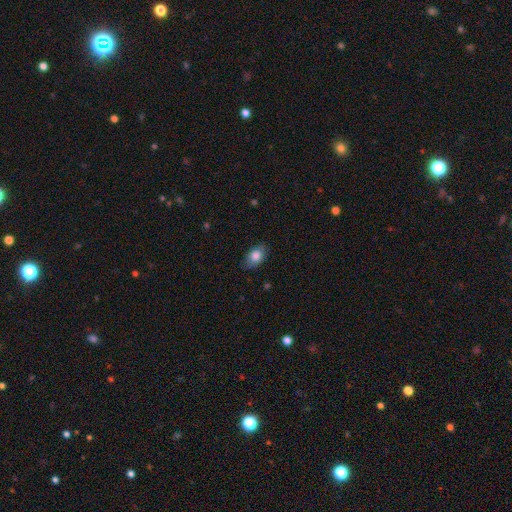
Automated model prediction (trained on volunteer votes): Q: Smooth or featured?
A: smooth (83%); runner-up: featured or disk (10%)
Q: How rounded?
A: in between (86%); runner-up: round (12%)
Q: Merging?
A: none (80%); runner-up: minor disturbance (16%)